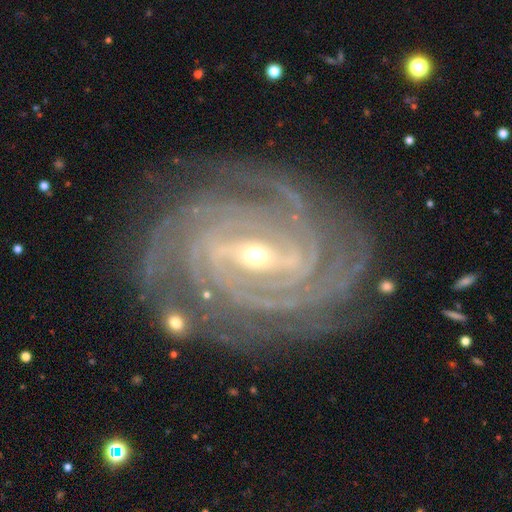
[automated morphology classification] smooth_or_featured: featured or disk (p=0.93) [alt: star or artifact p=0.04]
disk_edge_on: no (p=0.97) [alt: yes p=0.03]
bar: strong (p=0.50) [alt: weak p=0.33]
has_spiral_arms: yes (p=0.99) [alt: no p=0.01]
spiral_winding: tight (p=0.78) [alt: medium p=0.19]
spiral_arm_count: 4 (p=0.31) [alt: 3 p=0.19]
bulge_size: small (p=0.64) [alt: moderate p=0.33]
merging: none (p=0.75) [alt: minor disturbance p=0.16]